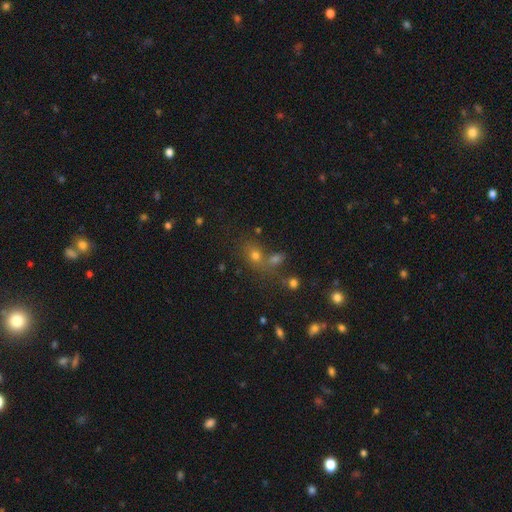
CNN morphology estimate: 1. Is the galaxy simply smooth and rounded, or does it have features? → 60% smooth, 28% star or artifact, 12% featured or disk.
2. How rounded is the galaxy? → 55% round, 42% in between, 3% cigar-shaped.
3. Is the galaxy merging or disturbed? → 54% none, 30% merger, 11% minor disturbance, 6% major disturbance.